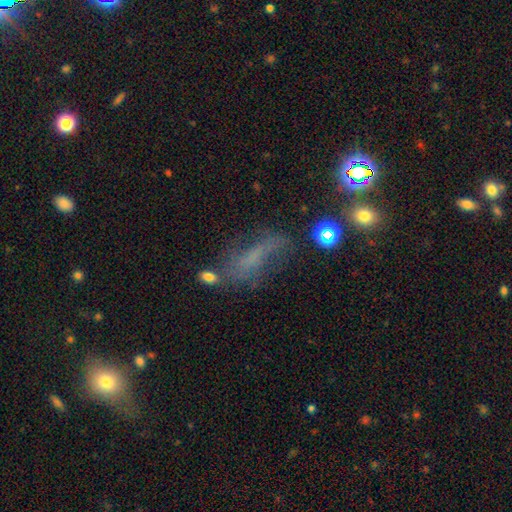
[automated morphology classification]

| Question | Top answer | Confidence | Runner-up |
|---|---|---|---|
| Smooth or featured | smooth | 38% | tied: featured or disk (38%) |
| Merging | none | 45% | minor disturbance (24%) |